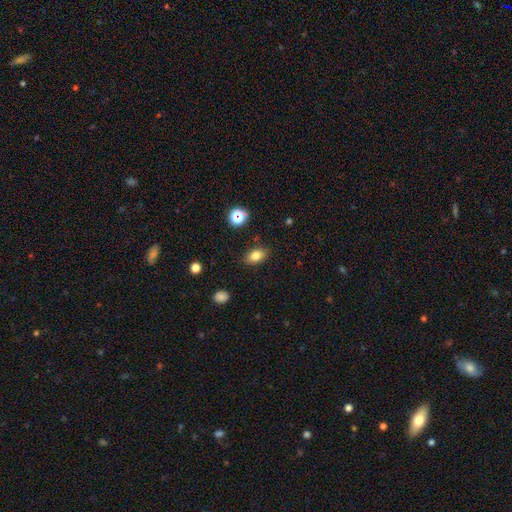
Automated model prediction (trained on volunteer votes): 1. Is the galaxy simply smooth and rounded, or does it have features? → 79% smooth, 11% star or artifact, 9% featured or disk.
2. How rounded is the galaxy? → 84% in between, 14% round, 3% cigar-shaped.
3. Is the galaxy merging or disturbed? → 85% none, 10% minor disturbance, 3% major disturbance, 2% merger.